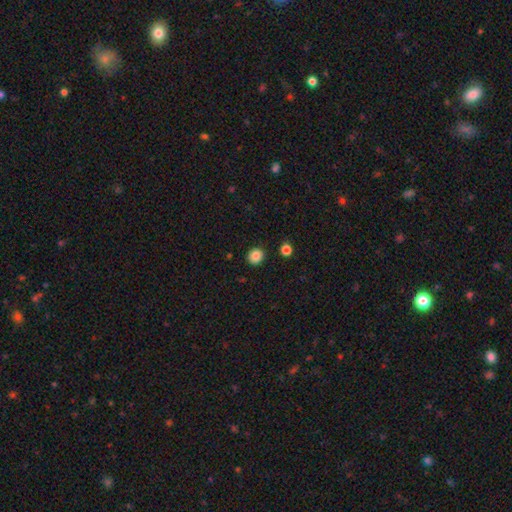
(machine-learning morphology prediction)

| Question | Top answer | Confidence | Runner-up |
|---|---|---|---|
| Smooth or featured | smooth | 85% | star or artifact (10%) |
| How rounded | round | 86% | in between (13%) |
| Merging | none | 90% | minor disturbance (6%) |